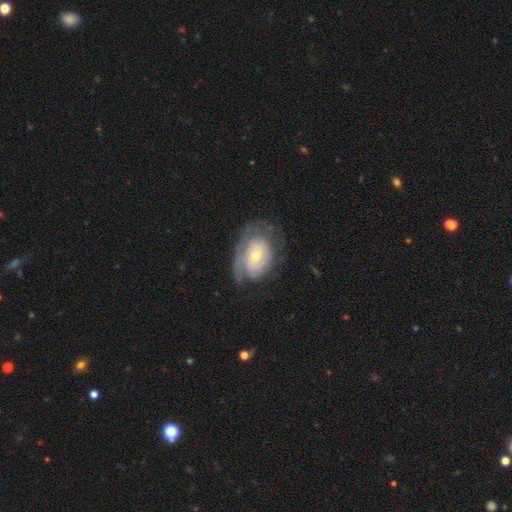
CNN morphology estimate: Overall: featured or disk (62%; smooth 31%). Edge-on disk: no (94%). Bar: no (76%). Spiral arms: yes (73%). Bulge size: small (55%; moderate 38%). Merging: none (53%; minor disturbance 25%).